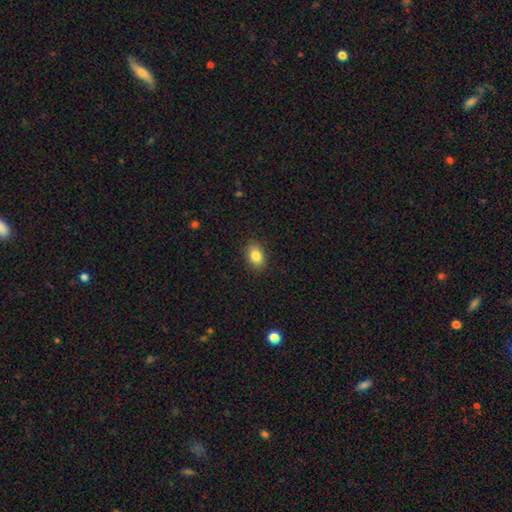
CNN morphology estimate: Smooth or featured?
  - smooth: 84% *
  - star or artifact: 9%
  - featured or disk: 7%
How rounded?
  - in between: 78% *
  - round: 20%
  - cigar-shaped: 1%
Merging?
  - none: 88% *
  - minor disturbance: 9%
  - major disturbance: 2%
  - merger: 1%